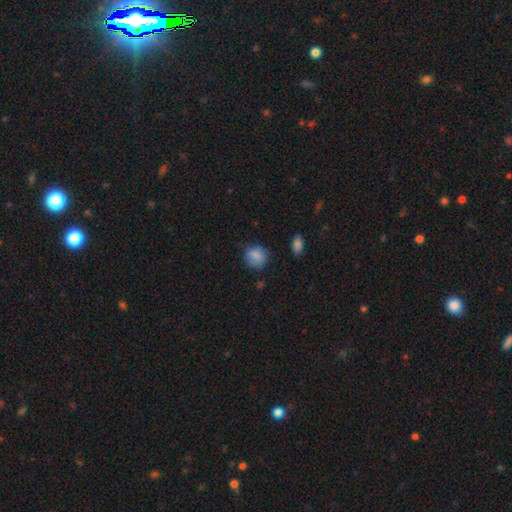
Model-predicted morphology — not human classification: type=smooth (85%); roundness=round (76%); merging=none (72%).